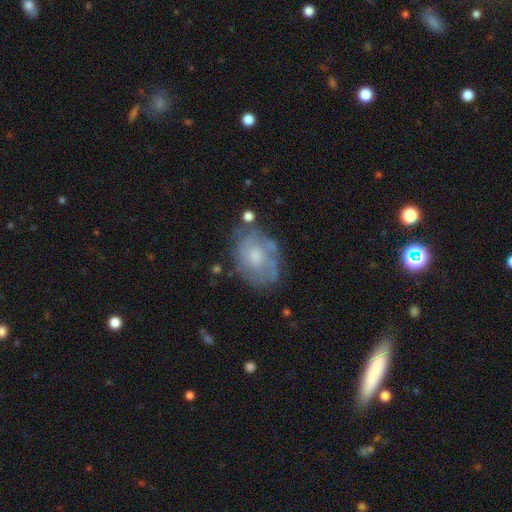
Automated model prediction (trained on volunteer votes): Smooth or featured? featured or disk (58%)
Edge-on disk? no (96%)
Bar? no (76%)
Spiral arms? yes (60%)
Bulge size? moderate (46%)
Merging? none (60%)